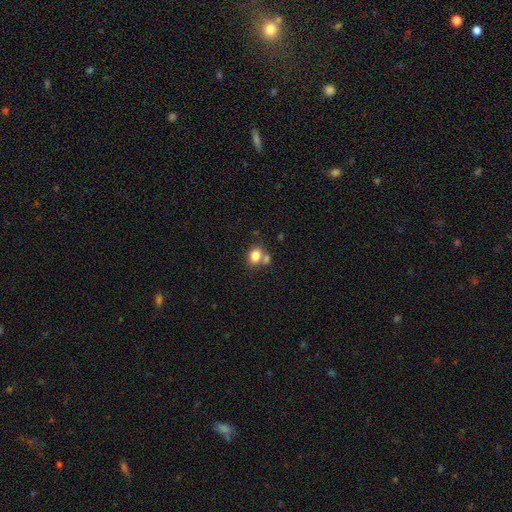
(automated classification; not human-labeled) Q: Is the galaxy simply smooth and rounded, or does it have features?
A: smooth — 82%.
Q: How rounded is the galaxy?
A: in between — 56%.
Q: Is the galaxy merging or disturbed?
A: none — 48%.